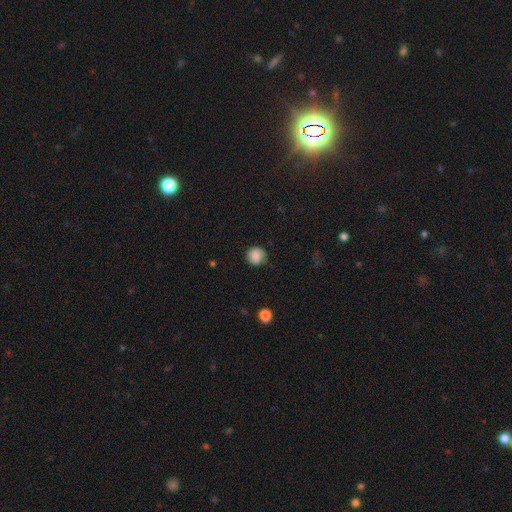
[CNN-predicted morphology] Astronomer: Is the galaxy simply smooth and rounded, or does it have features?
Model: smooth — 81%.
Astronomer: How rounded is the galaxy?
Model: round — 84%.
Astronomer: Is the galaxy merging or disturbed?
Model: none — 68%.